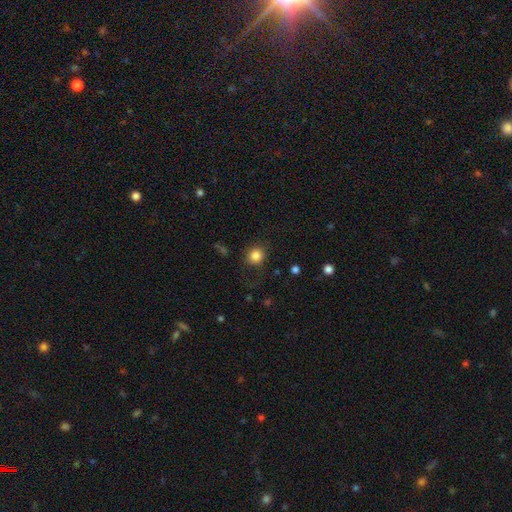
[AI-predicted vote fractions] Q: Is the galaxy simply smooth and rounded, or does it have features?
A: smooth — 84%.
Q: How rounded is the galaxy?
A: round — 84%.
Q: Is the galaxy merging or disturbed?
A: none — 82%.